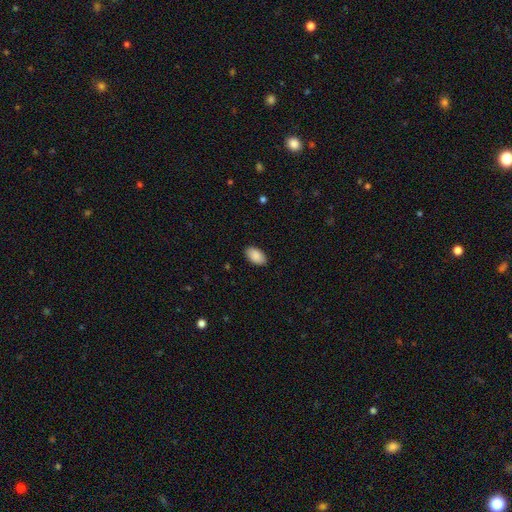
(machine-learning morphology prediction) Smooth or featured: smooth — 89% (star or artifact — 6%)
How rounded: in between — 94% (round — 4%)
Merging: none — 88% (minor disturbance — 9%)